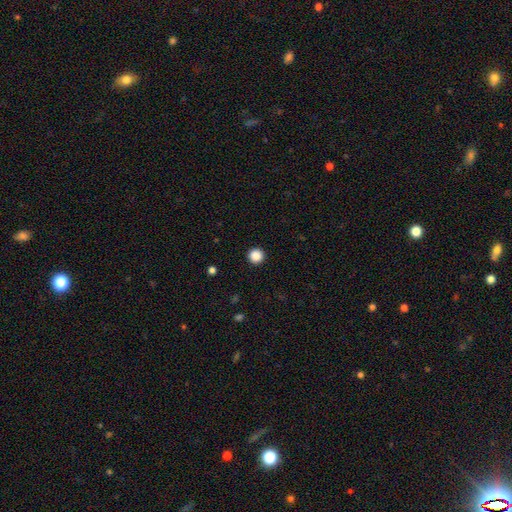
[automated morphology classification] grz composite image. It shows a smooth galaxy with no disk features (88%) that is round (96%). Merging: none (93%).